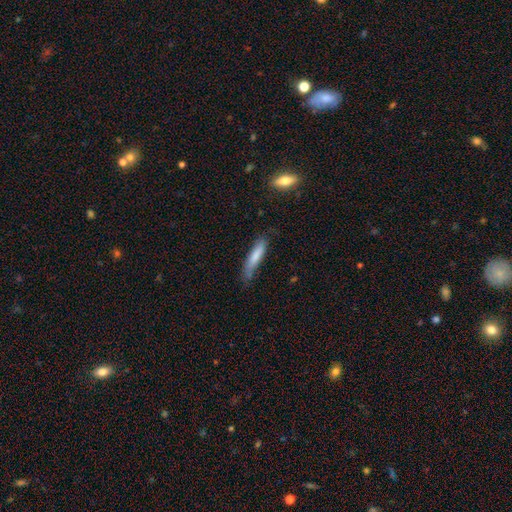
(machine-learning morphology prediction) Smooth or featured? smooth (77%)
How rounded? cigar-shaped (83%)
Merging? none (60%)